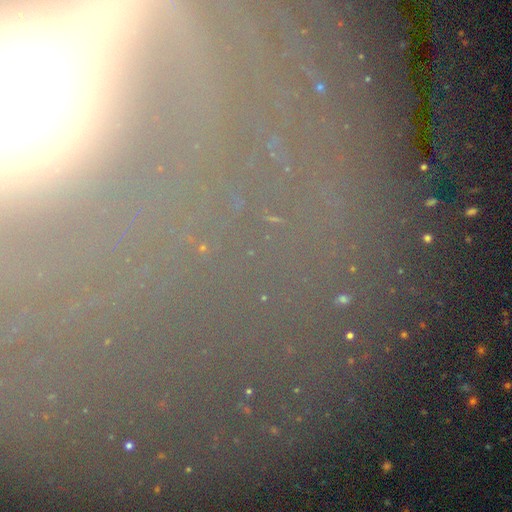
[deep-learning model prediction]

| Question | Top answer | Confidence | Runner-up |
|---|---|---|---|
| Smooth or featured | star or artifact | 60% | featured or disk (23%) |